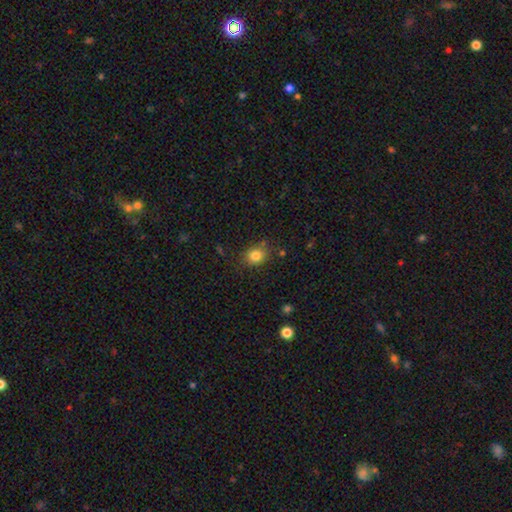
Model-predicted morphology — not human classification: Smooth or featured? Predicted: smooth (p=0.82). How rounded? Predicted: round (p=0.63). Merging? Predicted: none (p=0.79).